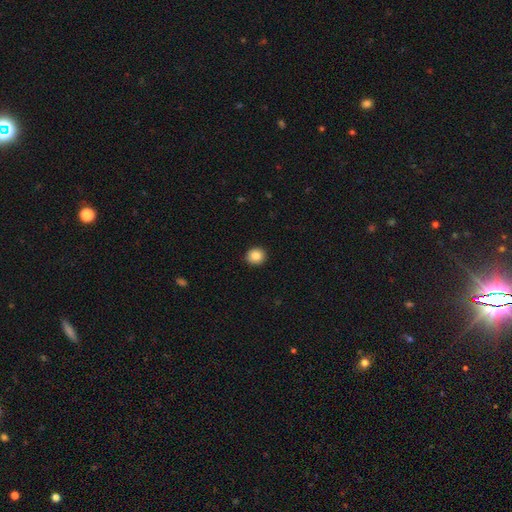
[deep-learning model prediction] smooth_or_featured: smooth (p=0.86) [alt: star or artifact p=0.09]
how_rounded: round (p=0.85) [alt: in between p=0.14]
merging: none (p=0.92) [alt: minor disturbance p=0.06]